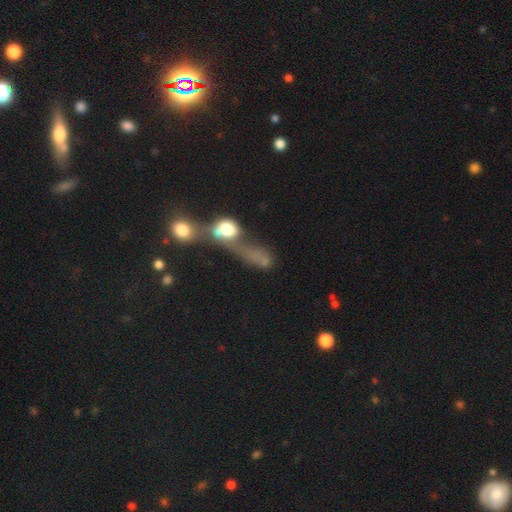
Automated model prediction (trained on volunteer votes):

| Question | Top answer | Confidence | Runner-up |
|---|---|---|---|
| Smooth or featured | smooth | 54% | featured or disk (25%) |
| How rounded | round | 45% | in between (40%) |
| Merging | merger | 51% | major disturbance (22%) |